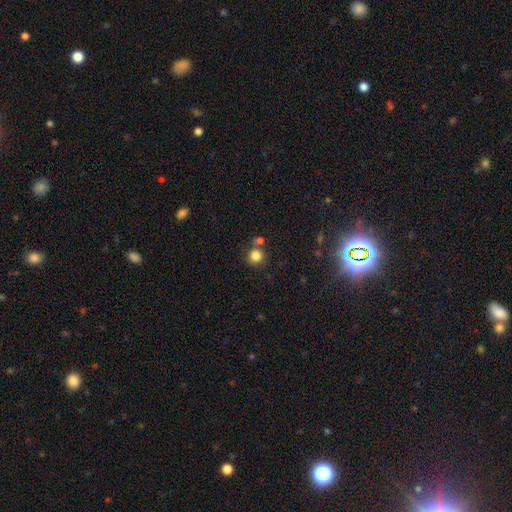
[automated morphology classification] Smooth or featured? Predicted: smooth (p=0.83). How rounded? Predicted: round (p=0.91). Merging? Predicted: none (p=0.69).